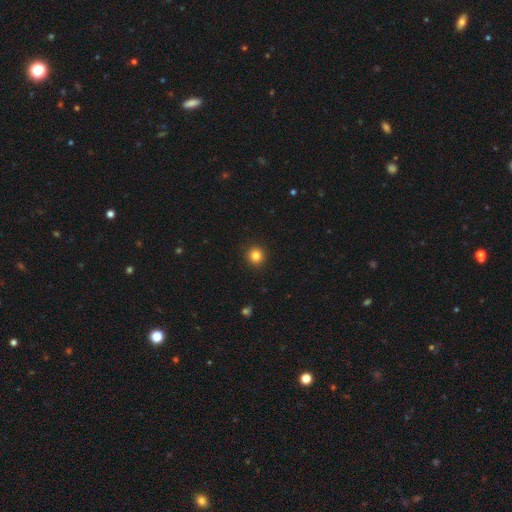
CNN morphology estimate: Smooth or featured?
  - smooth: 83% *
  - star or artifact: 12%
  - featured or disk: 5%
How rounded?
  - round: 94% *
  - in between: 5%
  - cigar-shaped: 1%
Merging?
  - none: 92% *
  - minor disturbance: 5%
  - major disturbance: 2%
  - merger: 1%